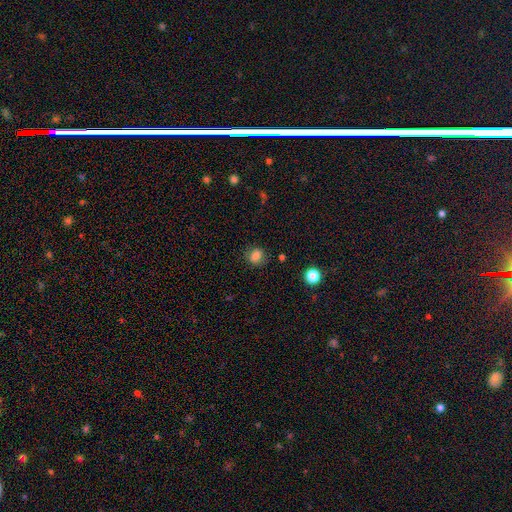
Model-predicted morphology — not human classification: smooth-or-featured: smooth: 81% | star or artifact: 12% | featured or disk: 7%
  how-rounded: round: 58% | in between: 41% | cigar-shaped: 1%
  merging: none: 80% | minor disturbance: 14% | major disturbance: 4% | merger: 2%